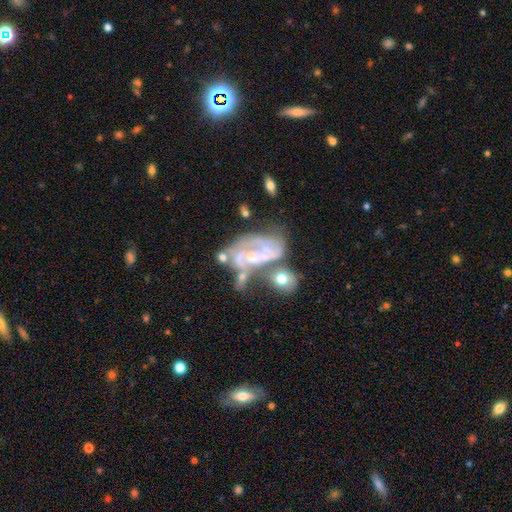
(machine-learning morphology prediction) Smooth or featured: featured or disk — 80% (smooth — 12%)
Edge-on disk: no — 96% (yes — 4%)
Bar: no — 50% (weak — 35%)
Spiral arms: yes — 84% (no — 16%)
Spiral winding: medium — 45% (tight — 32%)
Spiral arm count: 2 — 54% (can't tell — 23%)
Bulge size: small — 60% (moderate — 31%)
Merging: merger — 34% (none — 28%)